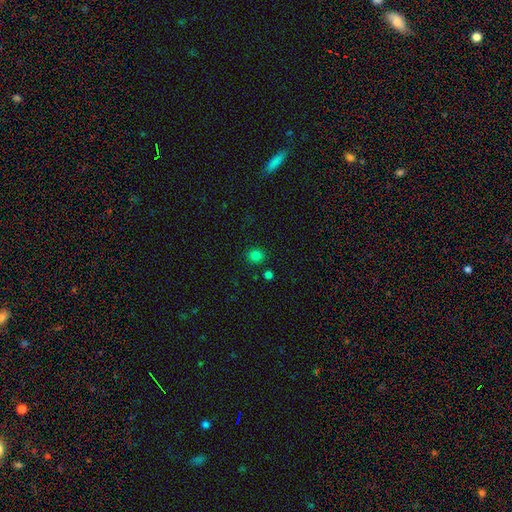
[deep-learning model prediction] A smooth galaxy with no disk features (81%) that is round (85%).

Vote fractions:
- Smooth or featured? smooth: 81% / star or artifact: 15% / featured or disk: 4%
- How rounded? round: 85% / in between: 14% / cigar-shaped: 1%
- Merging? none: 86% / minor disturbance: 7% / merger: 4% / major disturbance: 2%